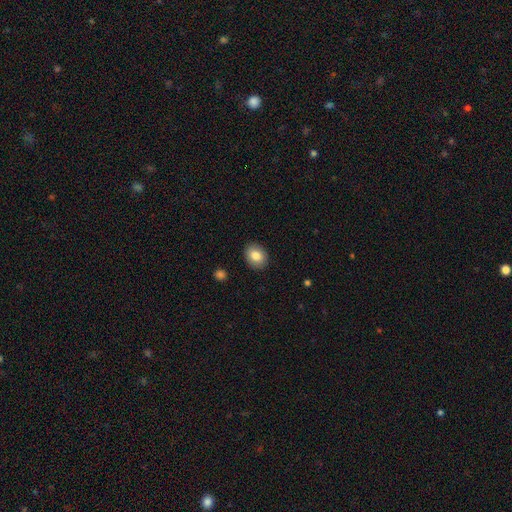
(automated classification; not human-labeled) This is clearly a smooth galaxy (83%). How rounded: possibly in between (55%). Merging: clearly none (90%).